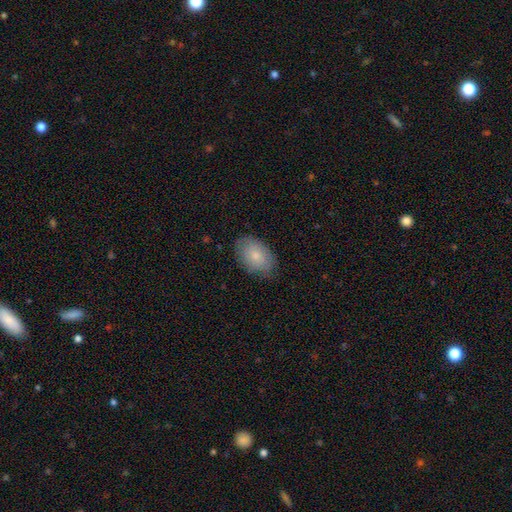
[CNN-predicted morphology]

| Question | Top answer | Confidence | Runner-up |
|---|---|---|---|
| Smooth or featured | smooth | 79% | featured or disk (15%) |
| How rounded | in between | 89% | round (10%) |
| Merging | none | 79% | minor disturbance (16%) |